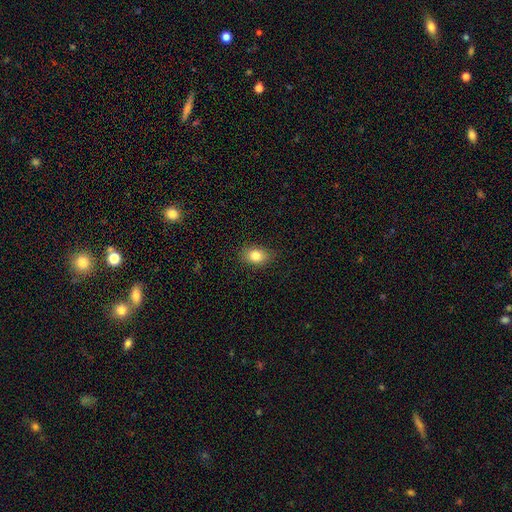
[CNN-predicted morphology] Q: Smooth or featured?
A: smooth (82%); runner-up: star or artifact (10%)
Q: How rounded?
A: in between (71%); runner-up: round (27%)
Q: Merging?
A: none (82%); runner-up: minor disturbance (14%)